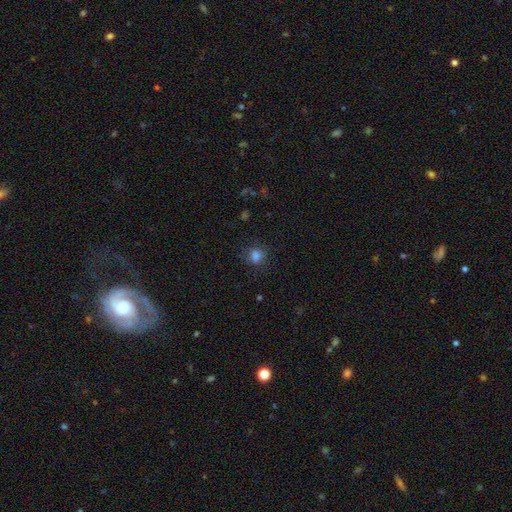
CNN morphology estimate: smooth_or_featured: smooth (p=0.82) [alt: star or artifact p=0.13]
how_rounded: round (p=0.72) [alt: in between p=0.27]
merging: none (p=0.81) [alt: minor disturbance p=0.13]